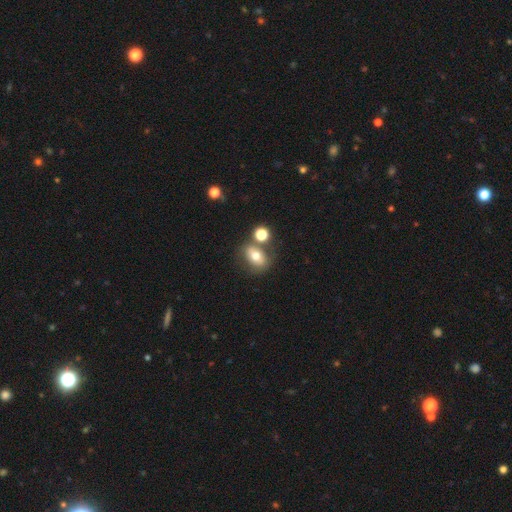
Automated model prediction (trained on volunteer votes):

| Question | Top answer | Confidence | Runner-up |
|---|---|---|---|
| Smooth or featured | smooth | 68% | featured or disk (20%) |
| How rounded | in between | 72% | round (26%) |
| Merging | none | 60% | merger (22%) |